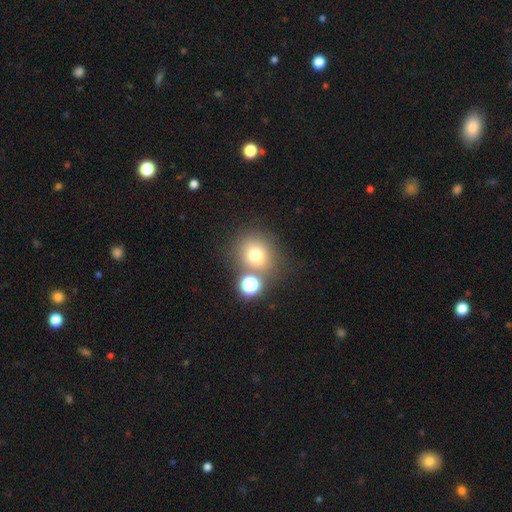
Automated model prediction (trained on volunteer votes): Smooth or featured? smooth (73%)
How rounded? round (82%)
Merging? none (68%)